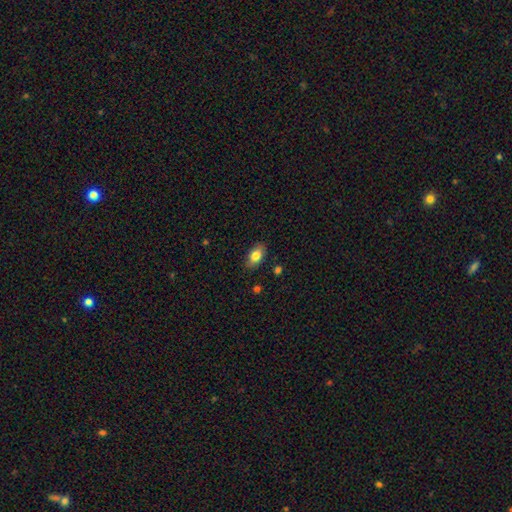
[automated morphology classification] type=smooth (82%); roundness=in between (90%); merging=none (86%).